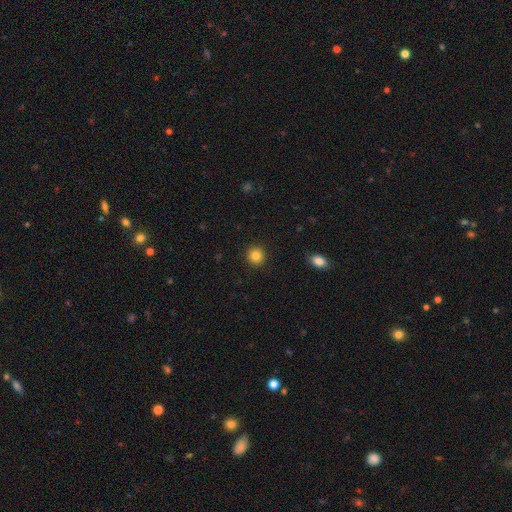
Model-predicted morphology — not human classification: smooth 85%, star or artifact 10%, featured or disk 5%. Down the decision tree: how rounded — round (93%); merging — none (92%).